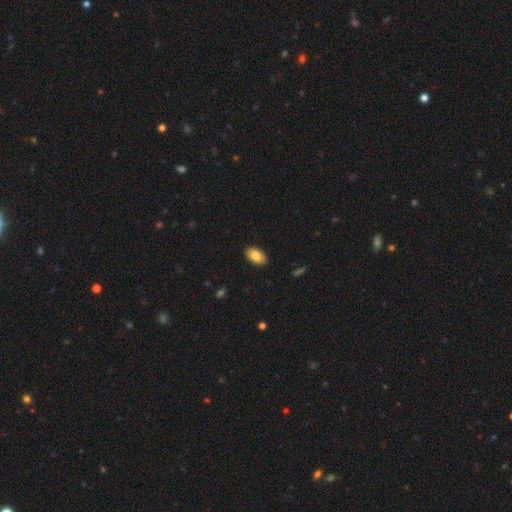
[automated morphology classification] Smooth or featured: smooth — 84% (featured or disk — 9%)
How rounded: in between — 94% (round — 5%)
Merging: none — 89% (minor disturbance — 8%)